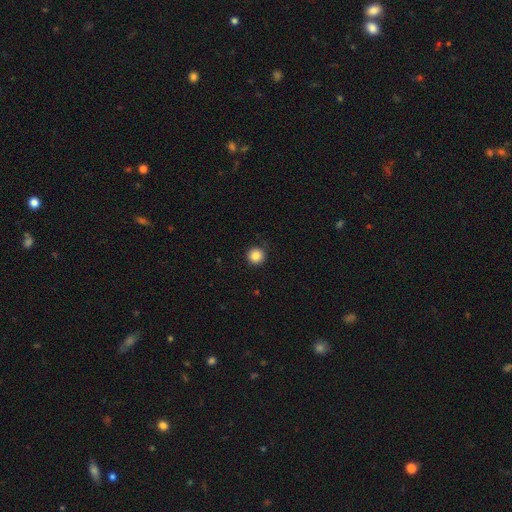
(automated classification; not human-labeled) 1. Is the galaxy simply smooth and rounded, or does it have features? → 86% smooth, 10% star or artifact, 4% featured or disk.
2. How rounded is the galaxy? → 95% round, 4% in between, 1% cigar-shaped.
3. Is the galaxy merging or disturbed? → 91% none, 6% minor disturbance, 2% major disturbance, 1% merger.